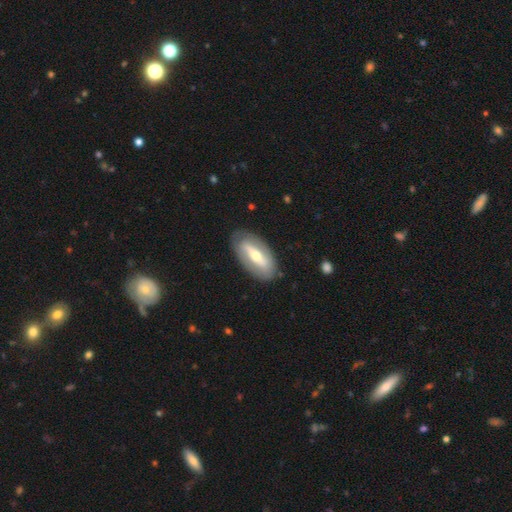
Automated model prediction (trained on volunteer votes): This is possibly a featured or disk galaxy (60%). It is clearly not viewed edge-on (81%). Merging: clearly none (83%).